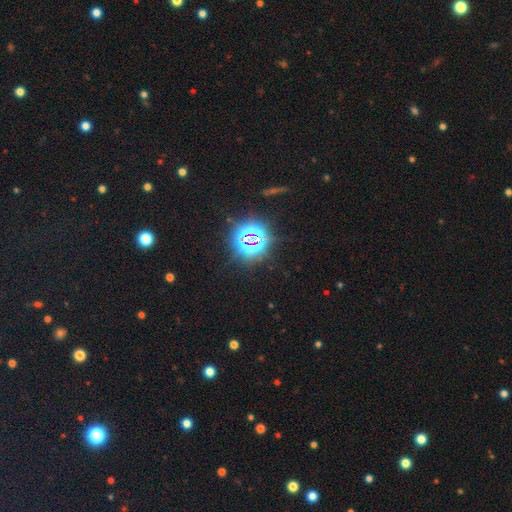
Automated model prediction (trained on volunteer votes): A star or artifact, not a galaxy (81%).